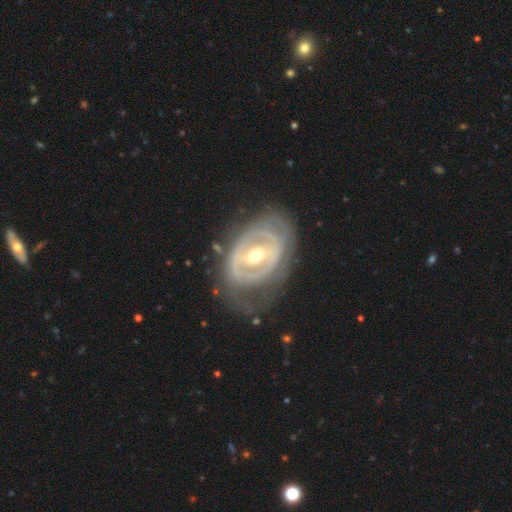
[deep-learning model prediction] Q: Smooth or featured?
A: featured or disk (84%); runner-up: smooth (11%)
Q: Edge-on disk?
A: no (95%); runner-up: yes (5%)
Q: Bar?
A: strong (46%); runner-up: weak (36%)
Q: Spiral arms?
A: yes (65%); runner-up: no (35%)
Q: Spiral winding?
A: tight (67%); runner-up: medium (23%)
Q: Spiral arm count?
A: 2 (41%); runner-up: can't tell (38%)
Q: Bulge size?
A: moderate (63%); runner-up: small (31%)
Q: Merging?
A: none (65%); runner-up: minor disturbance (21%)